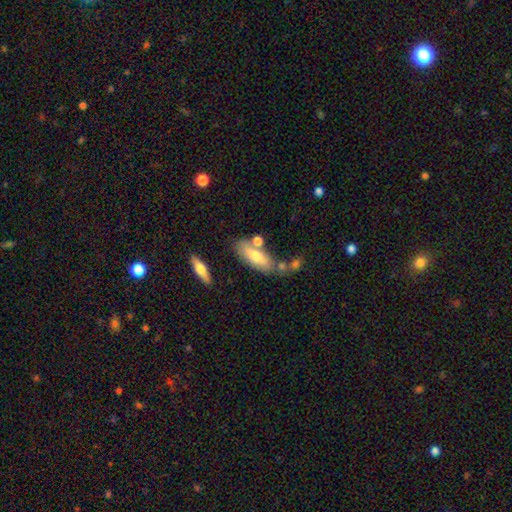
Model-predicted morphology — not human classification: This is likely a smooth galaxy (63%). How rounded: likely in between (70%). Merging: likely none (61%).